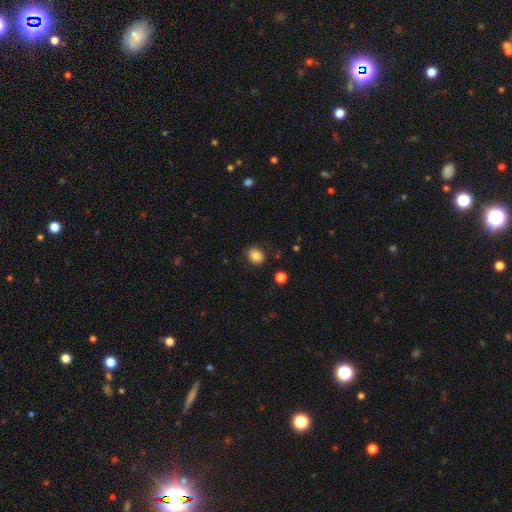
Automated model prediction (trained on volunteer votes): This appears to be a smooth galaxy with no disk features (84%) that is round (61%). Merging: none (85%).